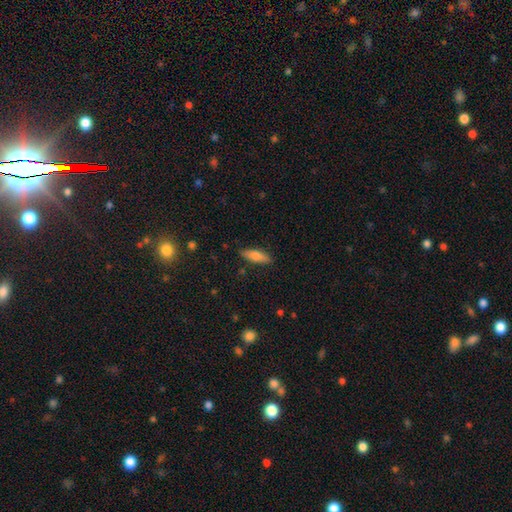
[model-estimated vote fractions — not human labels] Q: Smooth or featured?
A: smooth (72%); runner-up: featured or disk (21%)
Q: How rounded?
A: cigar-shaped (52%); runner-up: in between (46%)
Q: Merging?
A: none (86%); runner-up: minor disturbance (11%)